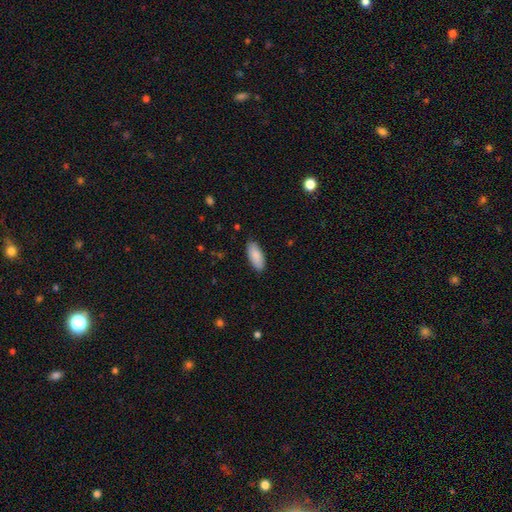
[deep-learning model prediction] Morphology: type=smooth (89%); roundness=in between (87%); merging=none (85%).